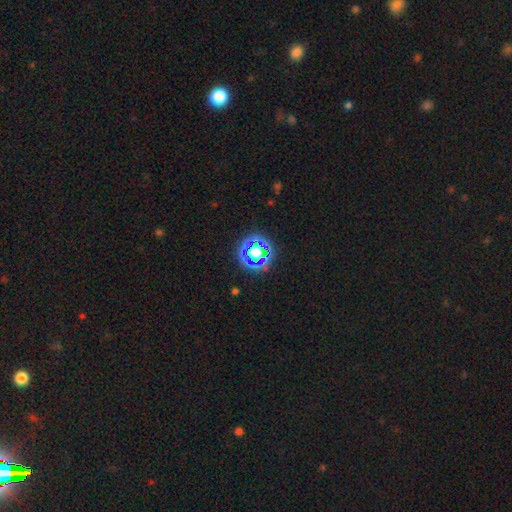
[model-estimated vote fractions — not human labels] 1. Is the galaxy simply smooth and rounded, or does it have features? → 50% star or artifact, 36% smooth, 14% featured or disk.